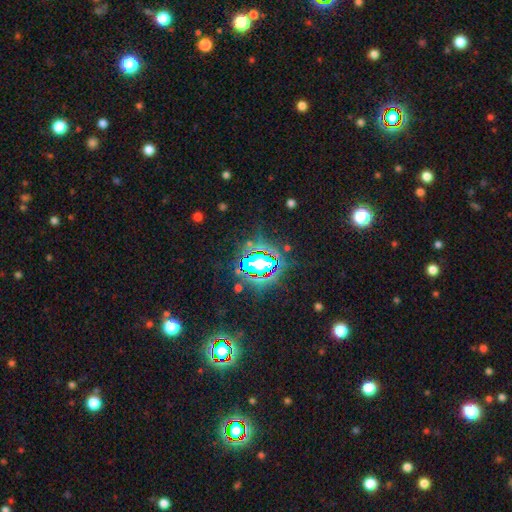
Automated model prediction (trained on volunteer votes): Overall: star or artifact (82%).